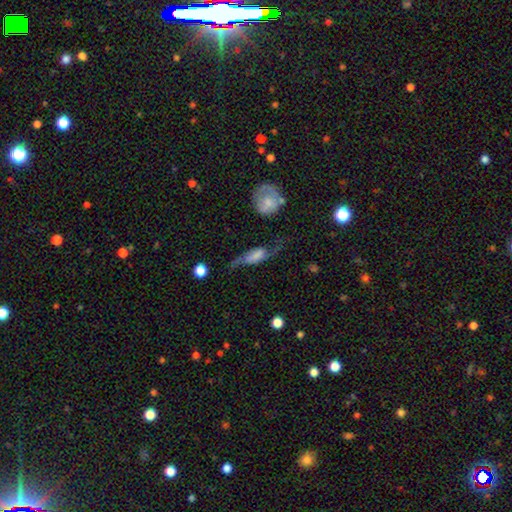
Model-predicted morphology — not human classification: smooth_or_featured: featured or disk (p=0.61) [alt: smooth p=0.31]
disk_edge_on: no (p=0.79) [alt: yes p=0.21]
merging: none (p=0.42) [alt: major disturbance p=0.26]